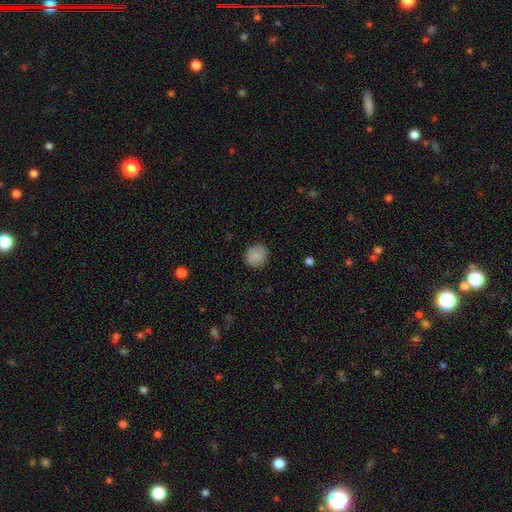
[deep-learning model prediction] Q: Smooth or featured?
A: smooth (87%); runner-up: star or artifact (8%)
Q: How rounded?
A: round (80%); runner-up: in between (19%)
Q: Merging?
A: none (86%); runner-up: minor disturbance (11%)